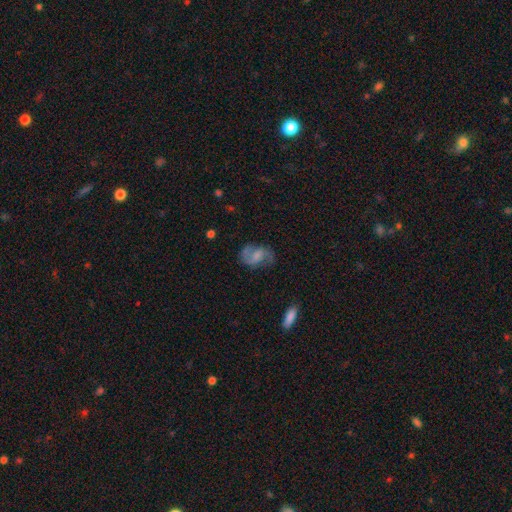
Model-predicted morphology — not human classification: This is likely a featured or disk galaxy (65%). It is clearly not viewed edge-on (97%). Bar: possibly weak (48%). Spiral arm pattern: clearly yes (89%). Spiral arm count: clearly 2 (85%). Spiral winding: possibly medium (45%). Central bulge: marginally none (37%). Merging: likely none (61%).